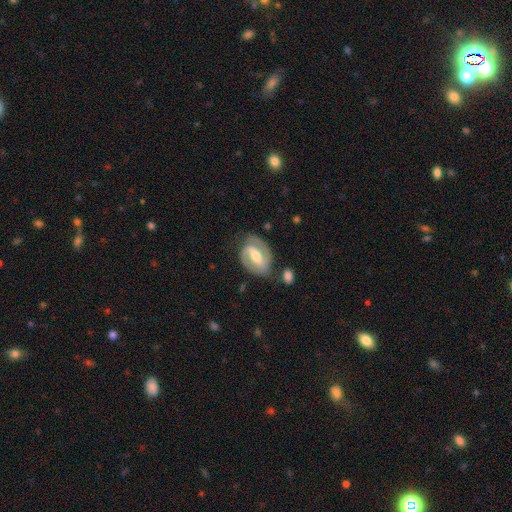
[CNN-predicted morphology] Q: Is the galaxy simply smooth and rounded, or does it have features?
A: featured or disk — 83%.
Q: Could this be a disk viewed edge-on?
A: no — 97%.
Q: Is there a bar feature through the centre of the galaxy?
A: strong — 53%.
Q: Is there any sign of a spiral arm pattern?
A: yes — 93%.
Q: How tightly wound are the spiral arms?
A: medium — 45%.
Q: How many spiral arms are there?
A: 2 — 83%.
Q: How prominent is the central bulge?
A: moderate — 60%.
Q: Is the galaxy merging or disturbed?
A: none — 74%.